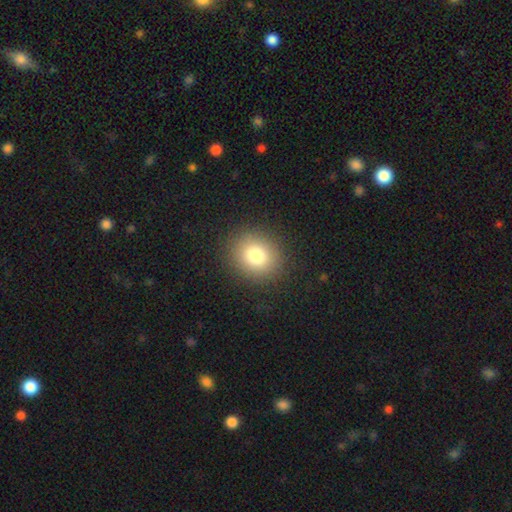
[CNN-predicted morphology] Smooth or featured: smooth — 80% (star or artifact — 12%)
How rounded: round — 76% (in between — 23%)
Merging: none — 88% (minor disturbance — 7%)